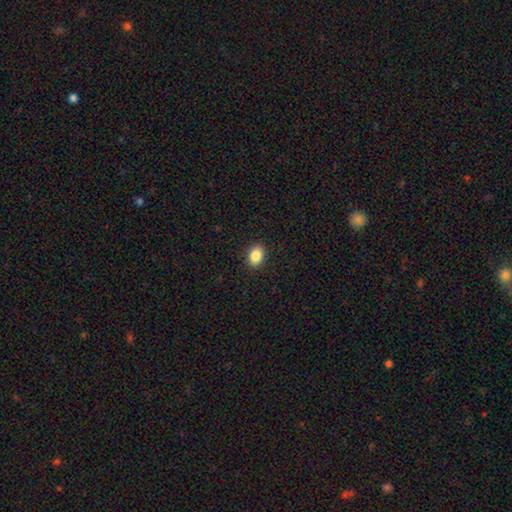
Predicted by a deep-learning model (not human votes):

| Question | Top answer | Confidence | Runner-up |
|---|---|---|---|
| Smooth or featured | smooth | 86% | star or artifact (9%) |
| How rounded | in between | 65% | round (34%) |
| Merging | none | 91% | minor disturbance (7%) |